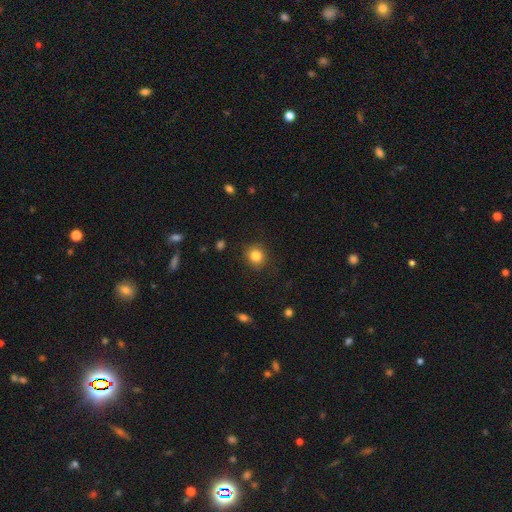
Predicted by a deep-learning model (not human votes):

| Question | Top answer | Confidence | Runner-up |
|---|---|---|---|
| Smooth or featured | smooth | 83% | star or artifact (11%) |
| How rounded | round | 86% | in between (13%) |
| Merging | none | 87% | minor disturbance (9%) |